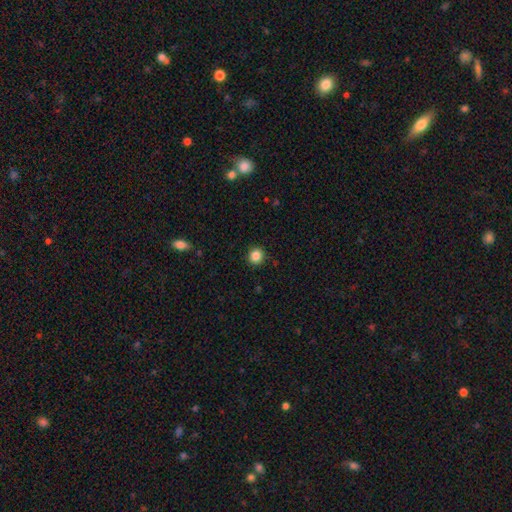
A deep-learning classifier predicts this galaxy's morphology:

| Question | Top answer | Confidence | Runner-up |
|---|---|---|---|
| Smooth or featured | smooth | 85% | star or artifact (11%) |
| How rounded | round | 91% | in between (8%) |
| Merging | none | 92% | minor disturbance (5%) |